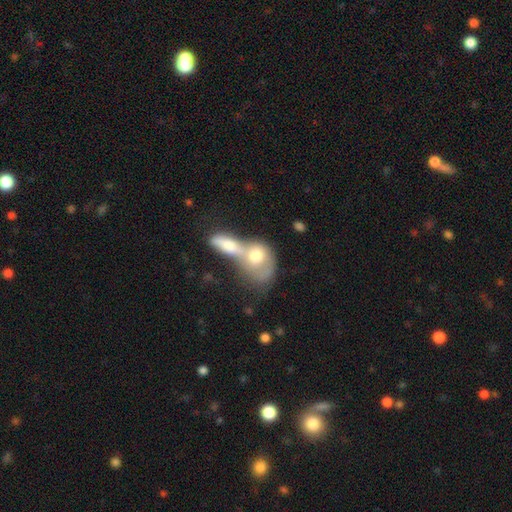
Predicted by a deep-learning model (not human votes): Smooth or featured? Predicted: smooth (p=0.65). How rounded? Predicted: in between (p=0.59). Merging? Predicted: merger (p=0.77).